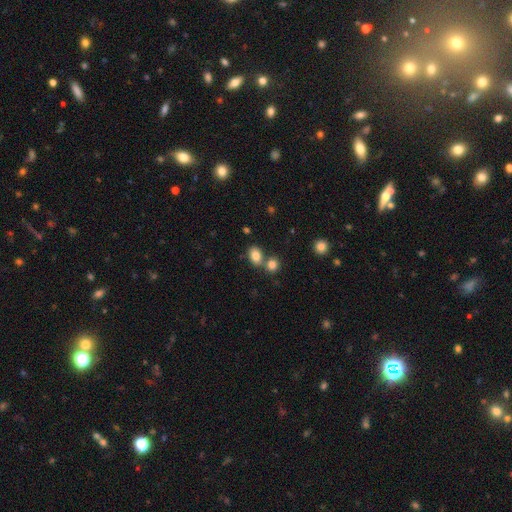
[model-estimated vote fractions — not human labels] smooth-or-featured: smooth: 83% | star or artifact: 10% | featured or disk: 8%
  how-rounded: in between: 77% | round: 21% | cigar-shaped: 1%
  merging: none: 56% | merger: 31% | minor disturbance: 10% | major disturbance: 3%